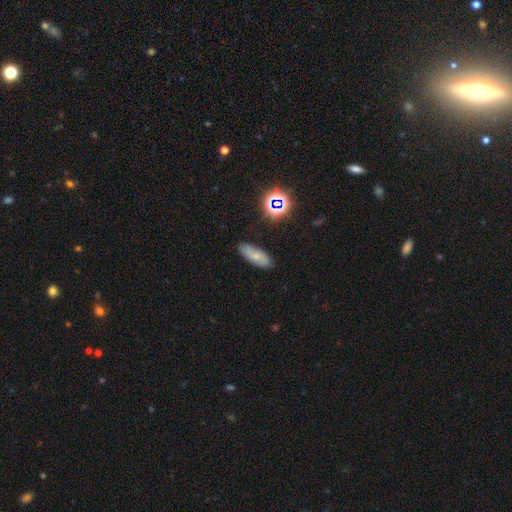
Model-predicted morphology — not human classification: Smooth or featured? Predicted: smooth (p=0.61). How rounded? Predicted: in between (p=0.71). Merging? Predicted: none (p=0.80).